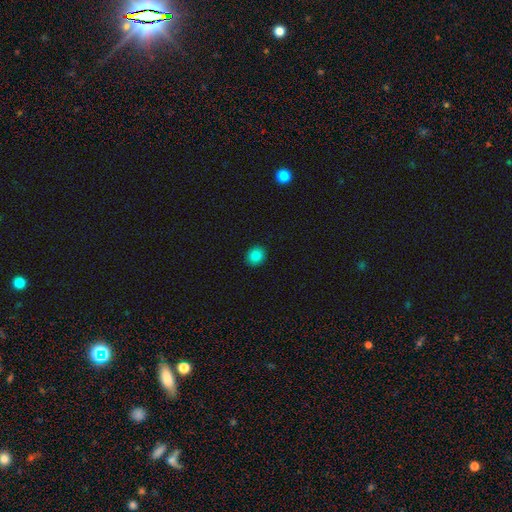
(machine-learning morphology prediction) smooth_or_featured: smooth (p=0.84) [alt: star or artifact p=0.11]
how_rounded: round (p=0.74) [alt: in between p=0.25]
merging: none (p=0.91) [alt: minor disturbance p=0.06]